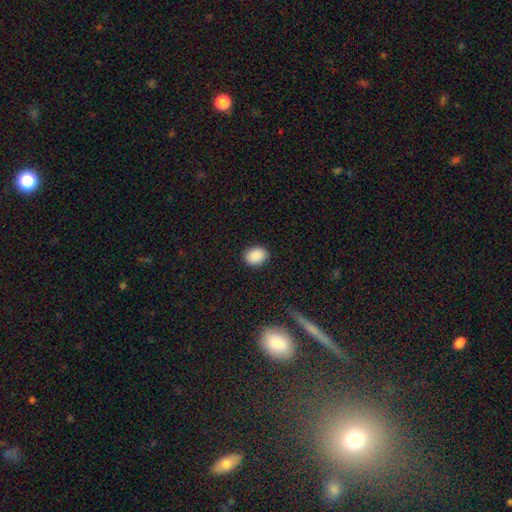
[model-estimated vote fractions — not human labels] smooth_or_featured: smooth (p=0.89) [alt: star or artifact p=0.08]
how_rounded: in between (p=0.67) [alt: round p=0.32]
merging: none (p=0.89) [alt: minor disturbance p=0.08]